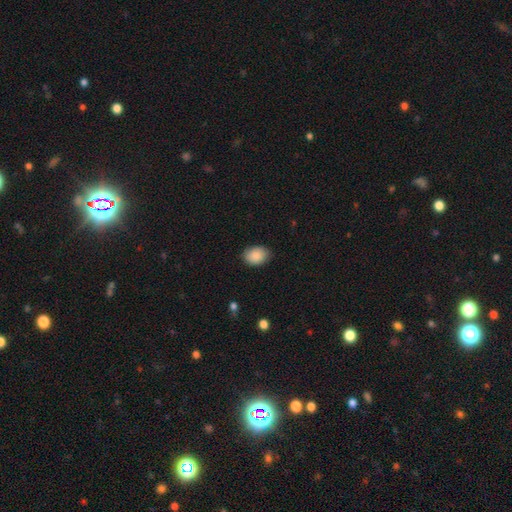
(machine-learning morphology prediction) Smooth or featured: smooth — 89% (star or artifact — 7%)
How rounded: in between — 76% (round — 24%)
Merging: none — 84% (minor disturbance — 13%)